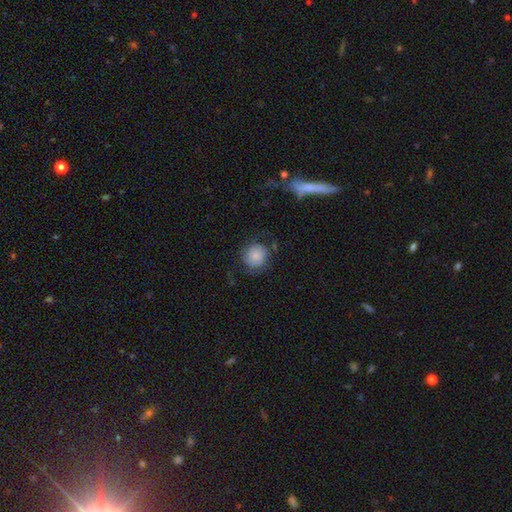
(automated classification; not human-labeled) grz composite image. It shows a smooth galaxy with no disk features (74%) that is round (88%). Merging: none (67%).